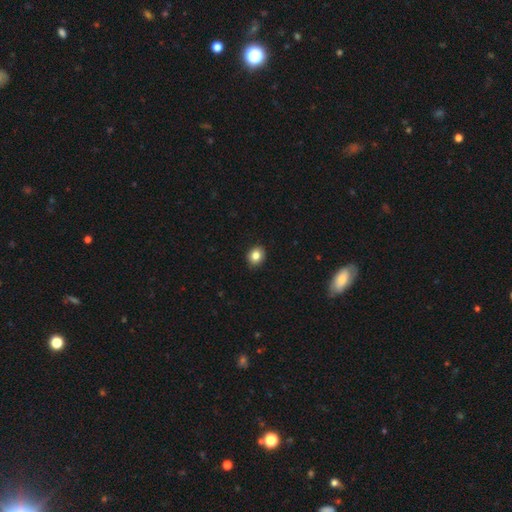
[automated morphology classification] Smooth or featured? smooth (84%)
How rounded? round (60%)
Merging? none (90%)